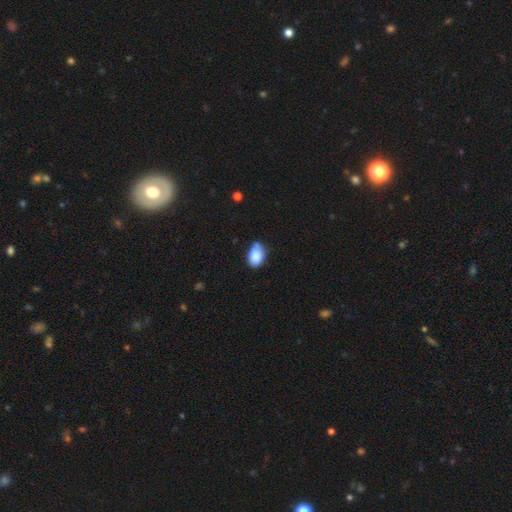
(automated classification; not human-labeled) The model was most divided on "merging": none: 54%, minor disturbance: 36%, major disturbance: 6%, merger: 4%. More confident: how rounded — in between (87%); smooth or featured — smooth (86%).